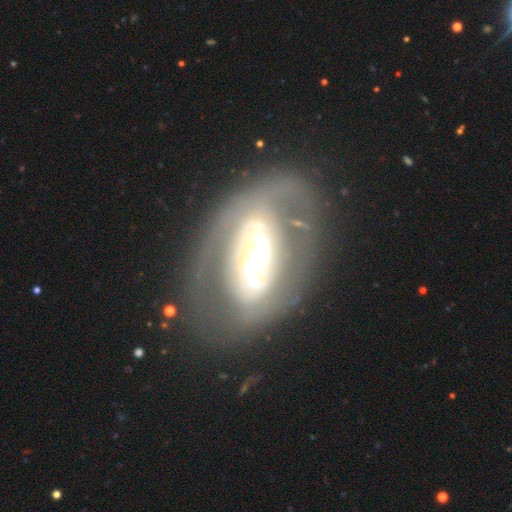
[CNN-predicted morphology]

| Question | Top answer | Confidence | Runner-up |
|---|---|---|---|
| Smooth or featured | featured or disk | 80% | smooth (13%) |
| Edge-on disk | no | 94% | yes (6%) |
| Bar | no | 37% | strong (35%) |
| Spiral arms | yes | 70% | no (30%) |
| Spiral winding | tight | 42% | medium (38%) |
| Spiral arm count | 2 | 66% | can't tell (21%) |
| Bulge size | moderate | 55% | small (22%) |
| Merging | none | 63% | major disturbance (17%) |